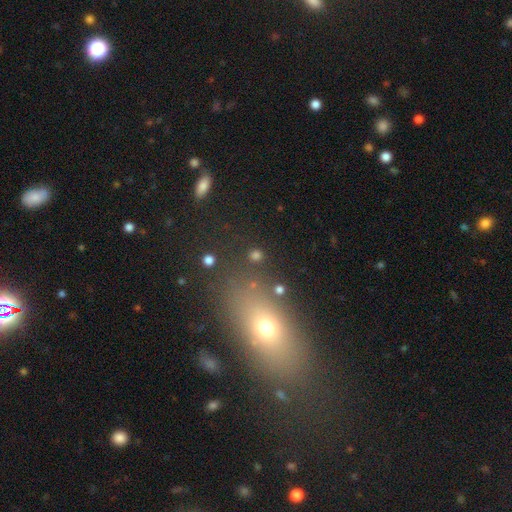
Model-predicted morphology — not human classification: Overall: smooth (64%; star or artifact 25%). How rounded: round (66%; in between 30%). Merging: none (75%).